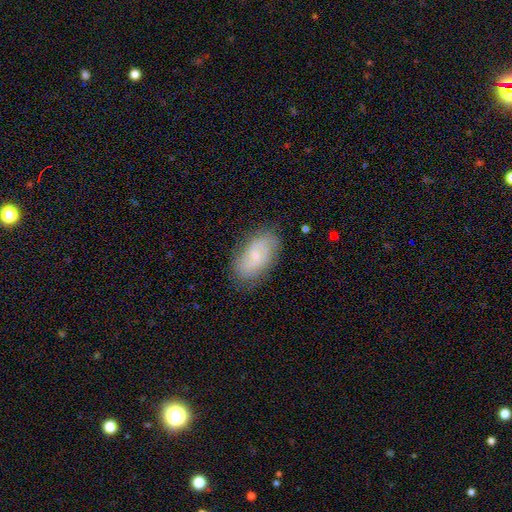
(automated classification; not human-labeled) A featured or disk galaxy (56%) with no bar (55%), spiral arms (86%) and a small central bulge (69%). Merging: none (79%).